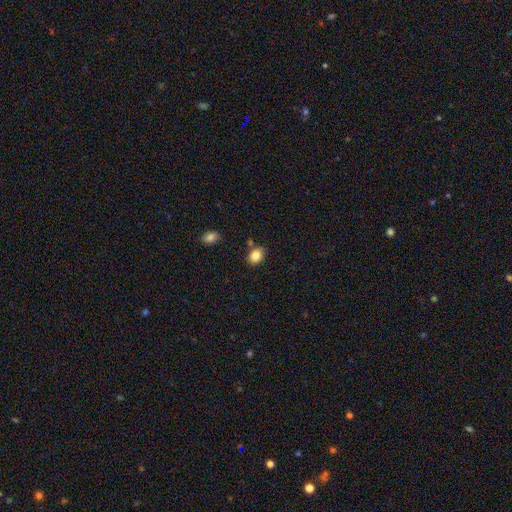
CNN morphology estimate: Smooth or featured?
  - smooth: 84% *
  - star or artifact: 9%
  - featured or disk: 6%
How rounded?
  - in between: 60% *
  - round: 39%
  - cigar-shaped: 1%
Merging?
  - none: 78% *
  - minor disturbance: 13%
  - merger: 6%
  - major disturbance: 3%